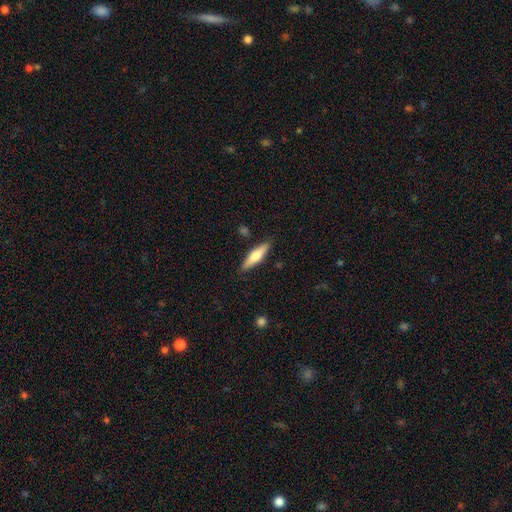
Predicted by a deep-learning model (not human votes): Smooth or featured?
  - smooth: 57% *
  - featured or disk: 37%
  - star or artifact: 6%
How rounded?
  - cigar-shaped: 70% *
  - in between: 28%
  - round: 2%
Merging?
  - none: 87% *
  - minor disturbance: 9%
  - major disturbance: 2%
  - merger: 2%